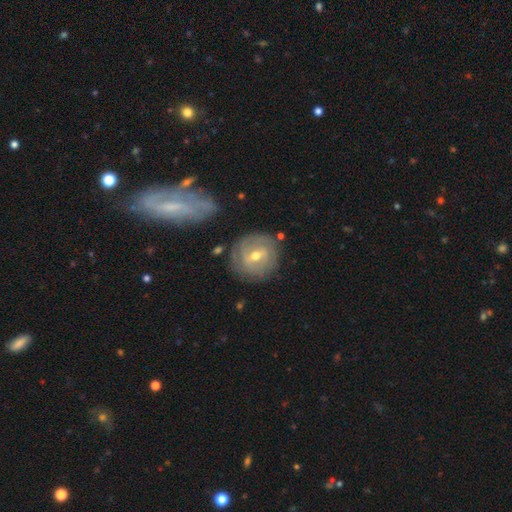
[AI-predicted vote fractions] This appears to be a featured or disk galaxy (75%) with a weak bar (52%), tight (70%) spiral arms (83%) and a moderate central bulge (65%). Merging: none (77%).